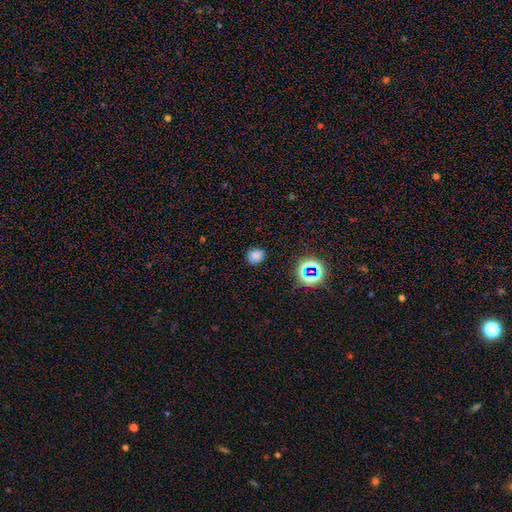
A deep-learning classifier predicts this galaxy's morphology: This appears to be a smooth galaxy with no disk features (75%) that is round (74%). Merging: none (85%).